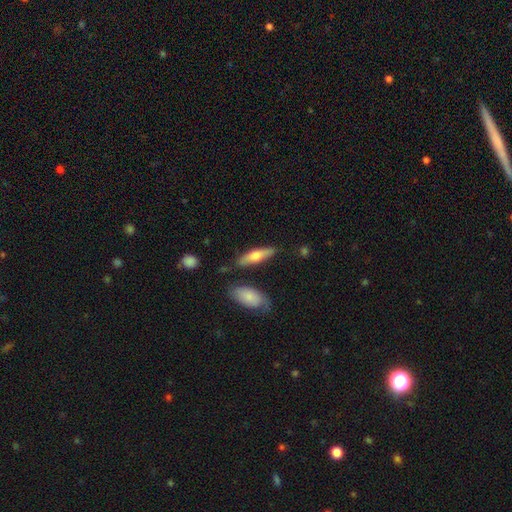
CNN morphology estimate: smooth-or-featured: smooth: 60% | featured or disk: 34% | star or artifact: 6%
  how-rounded: cigar-shaped: 57% | in between: 40% | round: 2%
  merging: none: 76% | minor disturbance: 15% | merger: 6% | major disturbance: 4%